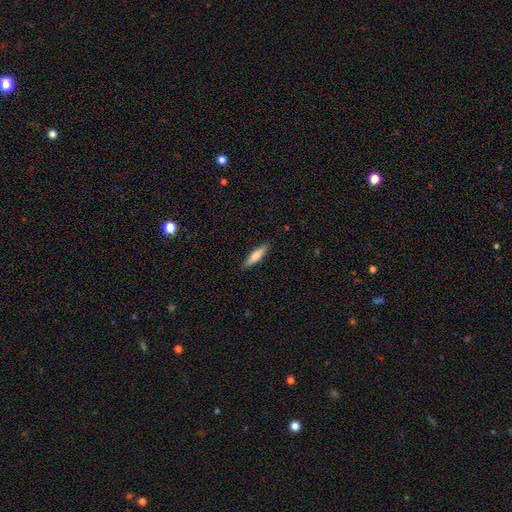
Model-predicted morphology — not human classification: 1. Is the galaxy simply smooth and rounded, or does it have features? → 70% smooth, 25% featured or disk, 6% star or artifact.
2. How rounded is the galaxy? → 72% cigar-shaped, 27% in between, 2% round.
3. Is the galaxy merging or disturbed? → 88% none, 10% minor disturbance, 2% major disturbance, 1% merger.